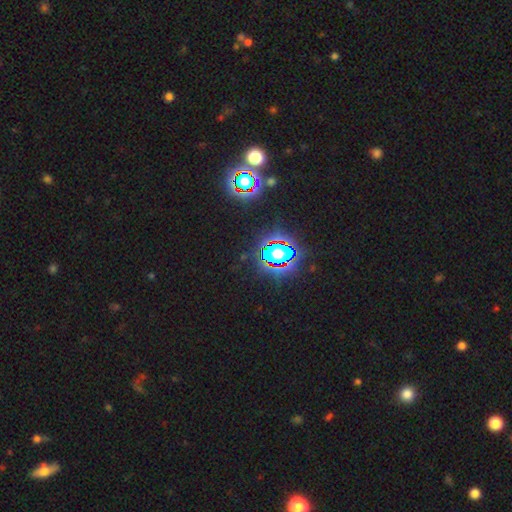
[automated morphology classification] Smooth or featured: star or artifact — 81% (smooth — 13%)